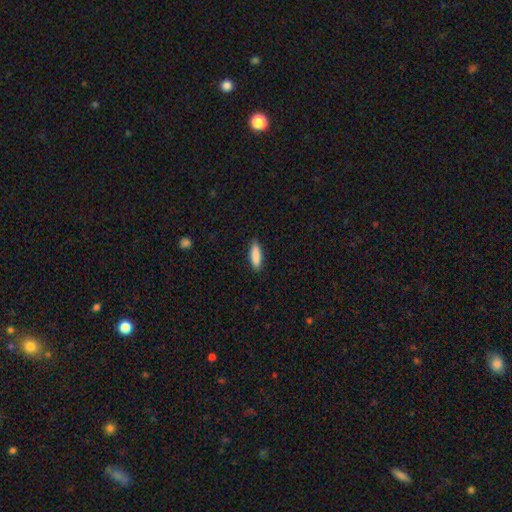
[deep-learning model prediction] Smooth or featured? smooth (88%)
How rounded? in between (52%)
Merging? none (87%)